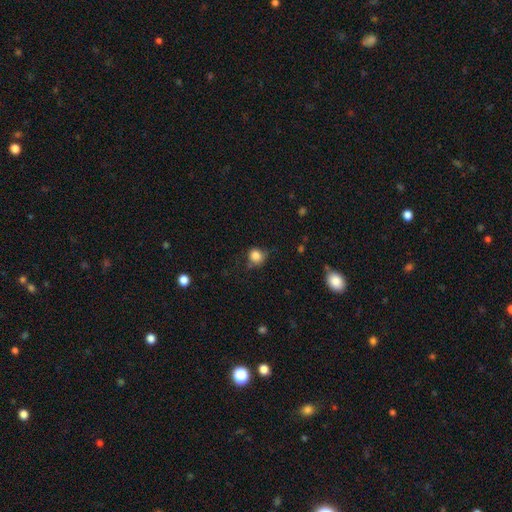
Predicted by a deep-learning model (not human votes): A smooth galaxy with no disk features (83%) that is round (83%).

Vote fractions:
- Smooth or featured? smooth: 83% / star or artifact: 11% / featured or disk: 6%
- How rounded? round: 83% / in between: 16% / cigar-shaped: 1%
- Merging? none: 64% / minor disturbance: 25% / major disturbance: 7% / merger: 3%